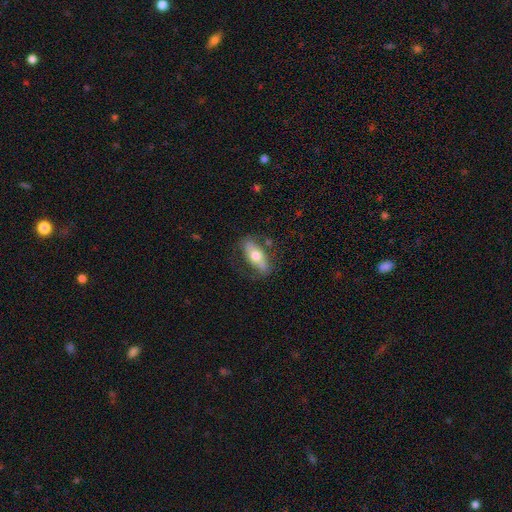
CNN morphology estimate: Smooth or featured? smooth (52%)
How rounded? in between (74%)
Merging? none (72%)